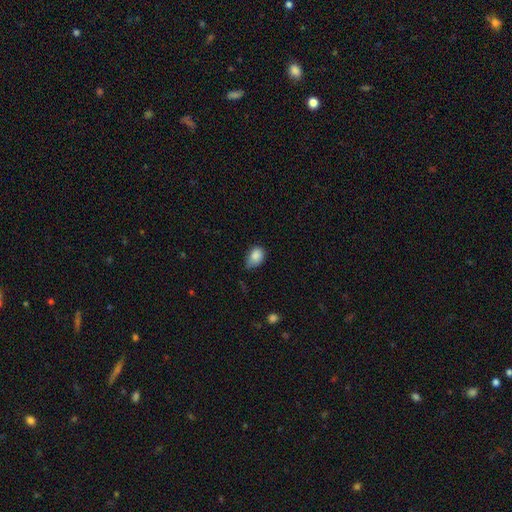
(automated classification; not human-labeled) Overall: smooth (86%). How rounded: in between (76%). Merging: minor disturbance (47%; none 40%).